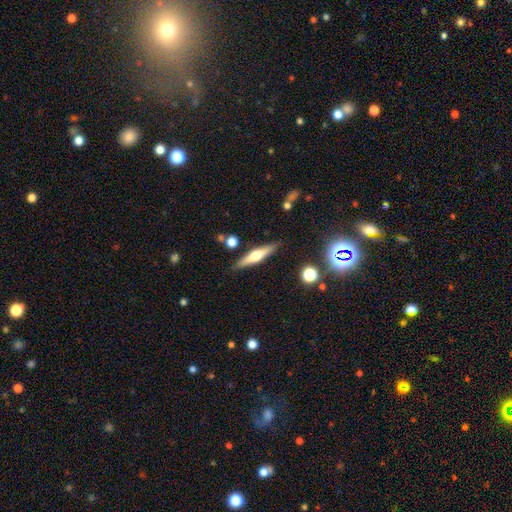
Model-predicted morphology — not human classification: Overall: featured or disk (56%; smooth 37%). Edge-on disk: yes (95%). Edge-on bulge: rounded (91%). Merging: none (86%).